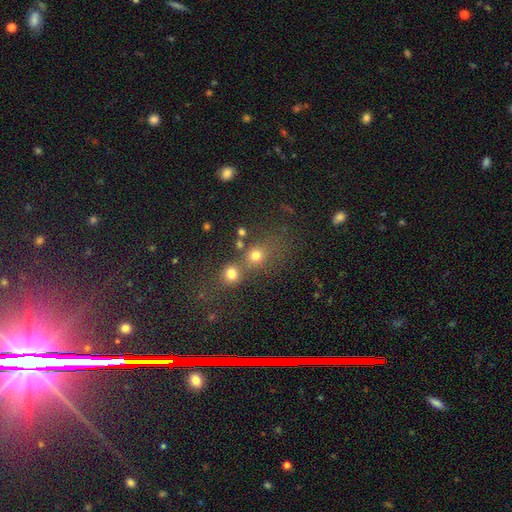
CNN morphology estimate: A smooth galaxy with no disk features (69%) that is round (78%). Merging: none (45%).